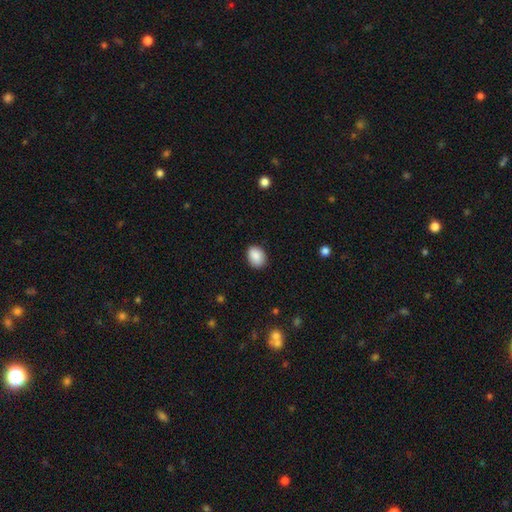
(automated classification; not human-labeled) The model was most divided on "how rounded": in between: 70%, round: 29%, cigar-shaped: 1%. More confident: smooth or featured — smooth (89%); merging — none (85%).